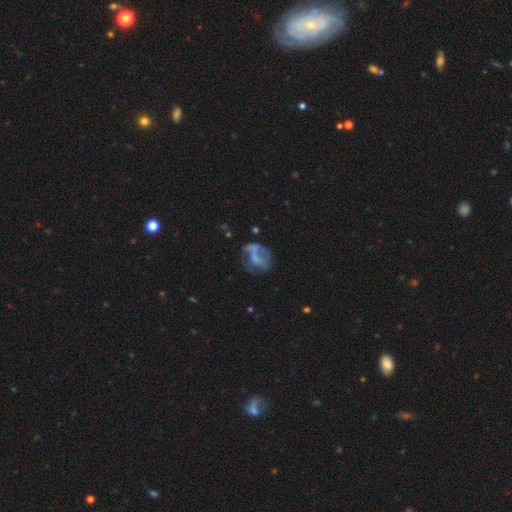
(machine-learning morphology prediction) smooth-or-featured: featured or disk: 47% | smooth: 41% | star or artifact: 12%
  merging: none: 35% (tied) | major disturbance: 35% (tied) | minor disturbance: 22% | merger: 8%